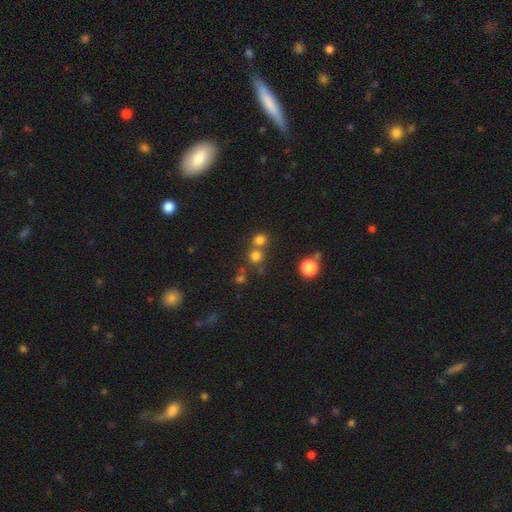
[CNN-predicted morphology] A smooth galaxy with no disk features (71%) that is round (90%). Merging: none (59%).